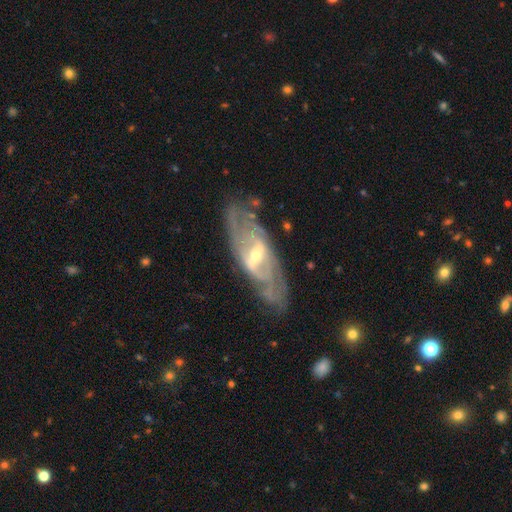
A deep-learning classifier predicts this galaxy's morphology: Smooth or featured? featured or disk (85%)
Edge-on disk? no (87%)
Bar? strong (48%)
Spiral arms? yes (88%)
Spiral winding? tight (49%)
Spiral arm count? 2 (42%)
Bulge size? small (54%)
Merging? none (71%)